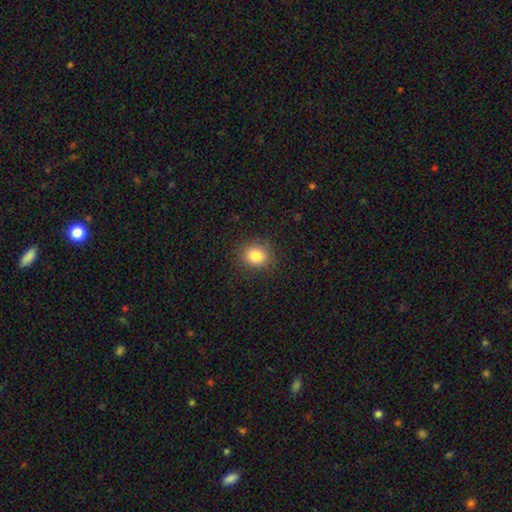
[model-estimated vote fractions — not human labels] Smooth or featured? Predicted: smooth (p=0.84). How rounded? Predicted: round (p=0.67). Merging? Predicted: none (p=0.88).